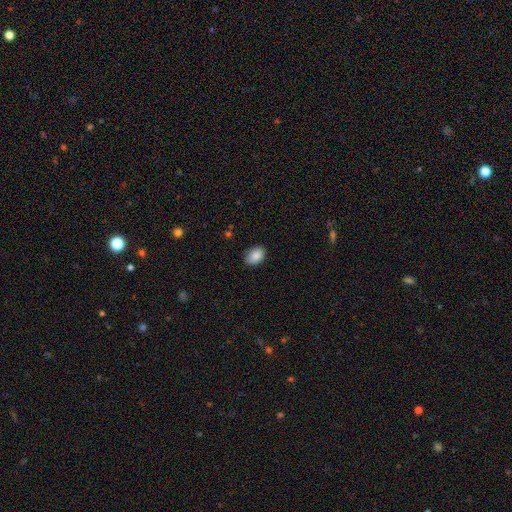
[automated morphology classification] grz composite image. It shows a smooth galaxy with no disk features (88%) that is in between round and cigar-shaped (84%). Merging: none (87%).